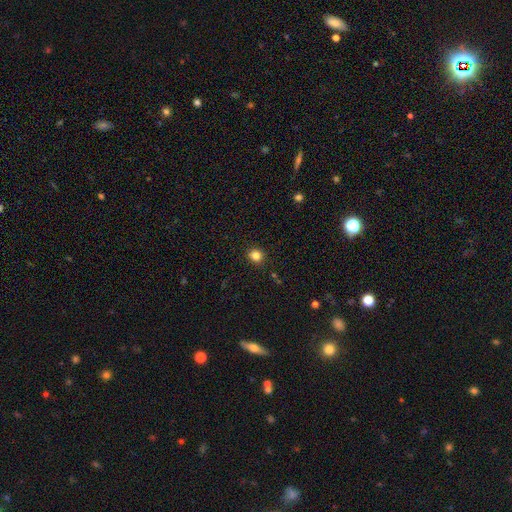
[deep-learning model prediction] This appears to be a smooth galaxy with no disk features (83%) that is round (85%). Merging: none (91%).